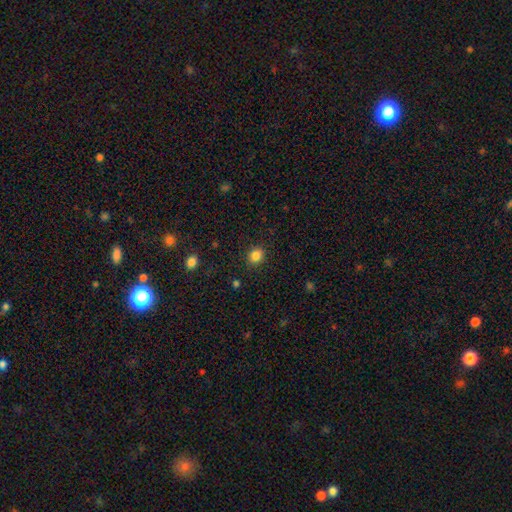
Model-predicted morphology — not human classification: smooth 84%, star or artifact 11%, featured or disk 4%. Down the decision tree: how rounded — round (73%); merging — none (89%).